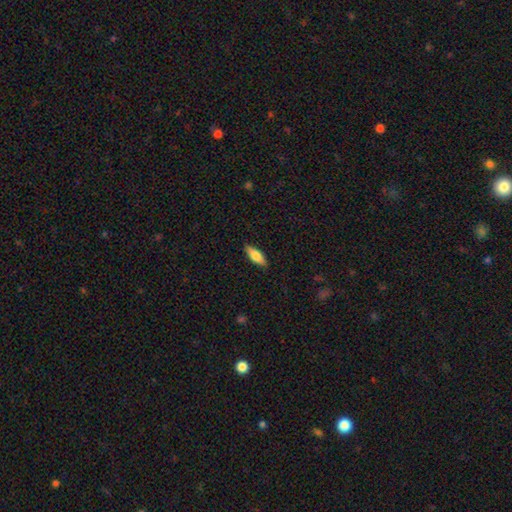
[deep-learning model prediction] A smooth galaxy with no disk features (75%) that is in between round and cigar-shaped (65%).

Vote fractions:
- Smooth or featured? smooth: 75% / featured or disk: 19% / star or artifact: 6%
- How rounded? in between: 65% / cigar-shaped: 33% / round: 2%
- Merging? none: 88% / minor disturbance: 9% / major disturbance: 2% / merger: 1%